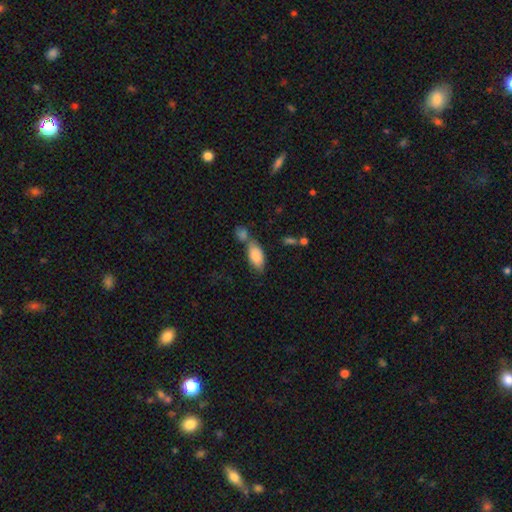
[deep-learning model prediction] A smooth galaxy with no disk features (85%) that is in between round and cigar-shaped (90%).

Vote fractions:
- Smooth or featured? smooth: 85% / featured or disk: 8% / star or artifact: 7%
- How rounded? in between: 90% / cigar-shaped: 7% / round: 3%
- Merging? none: 46% / merger: 34% / minor disturbance: 15% / major disturbance: 5%